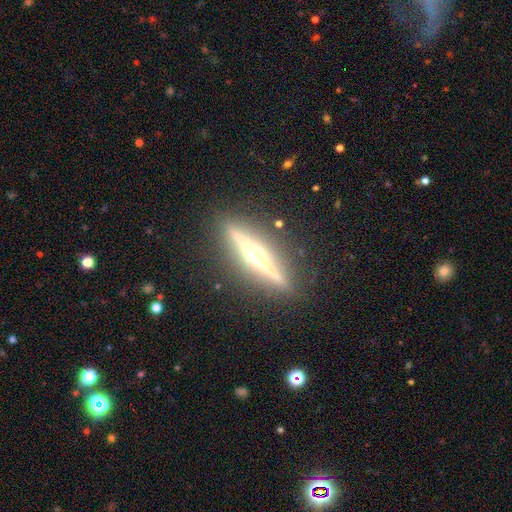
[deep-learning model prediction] smooth_or_featured: featured or disk (p=0.84) [alt: smooth p=0.10]
disk_edge_on: yes (p=0.97) [alt: no p=0.03]
edge_on_bulge: rounded (p=0.90) [alt: boxy p=0.06]
merging: none (p=0.89) [alt: minor disturbance p=0.07]